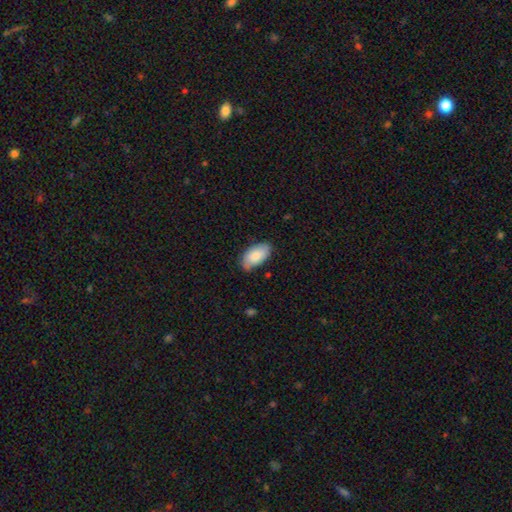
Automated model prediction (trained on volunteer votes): Smooth or featured?
  - smooth: 85% *
  - featured or disk: 9%
  - star or artifact: 6%
How rounded?
  - in between: 95% *
  - cigar-shaped: 3%
  - round: 2%
Merging?
  - none: 76% *
  - minor disturbance: 20%
  - major disturbance: 3%
  - merger: 1%